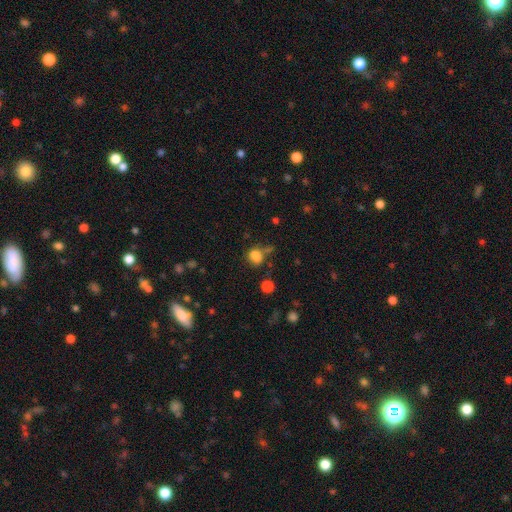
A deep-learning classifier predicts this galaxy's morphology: Smooth or featured?
  - smooth: 77% *
  - star or artifact: 15%
  - featured or disk: 8%
How rounded?
  - round: 50% *
  - in between: 48%
  - cigar-shaped: 2%
Merging?
  - none: 47% *
  - minor disturbance: 22%
  - merger: 19%
  - major disturbance: 12%